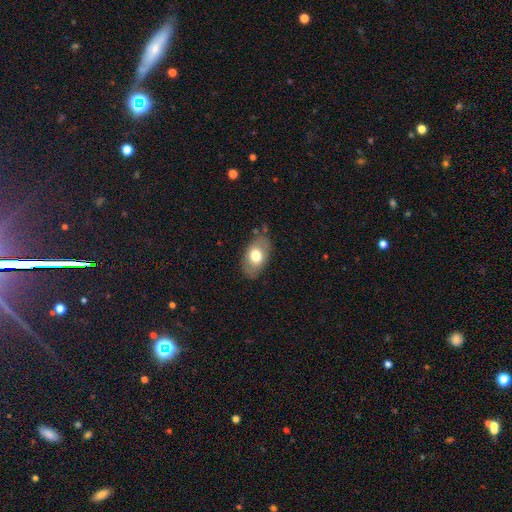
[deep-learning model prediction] Smooth or featured? Predicted: smooth (p=0.67). How rounded? Predicted: in between (p=0.91). Merging? Predicted: none (p=0.78).